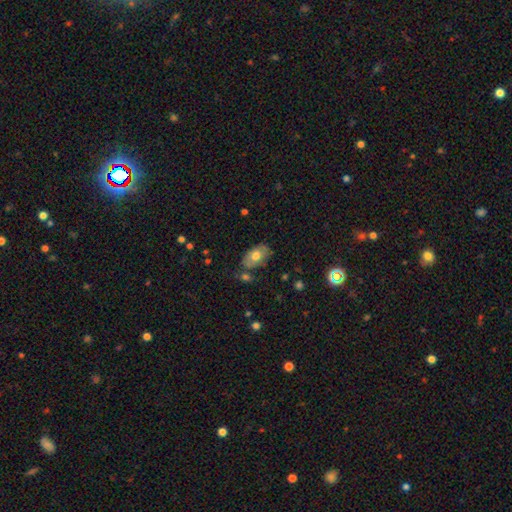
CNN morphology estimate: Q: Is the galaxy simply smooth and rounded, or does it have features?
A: smooth — 67%.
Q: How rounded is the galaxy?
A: in between — 90%.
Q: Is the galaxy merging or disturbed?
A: none — 68%.